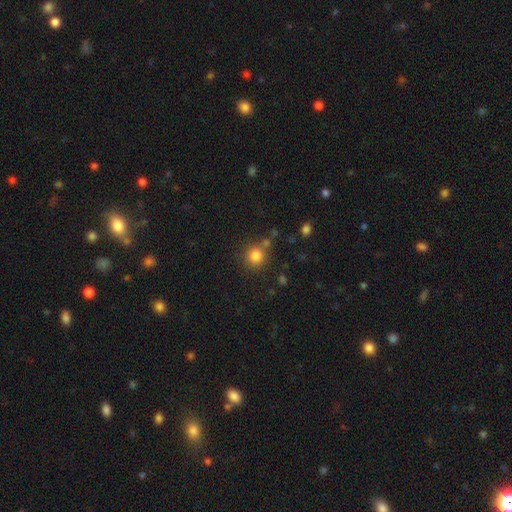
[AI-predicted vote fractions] This is clearly a smooth galaxy (82%). How rounded: clearly round (92%). Merging: likely none (76%).